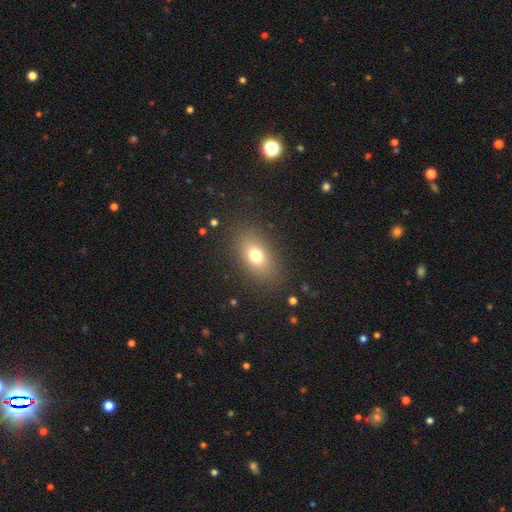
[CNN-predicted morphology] This is likely a smooth galaxy (73%). How rounded: likely in between (78%). Merging: clearly none (84%).